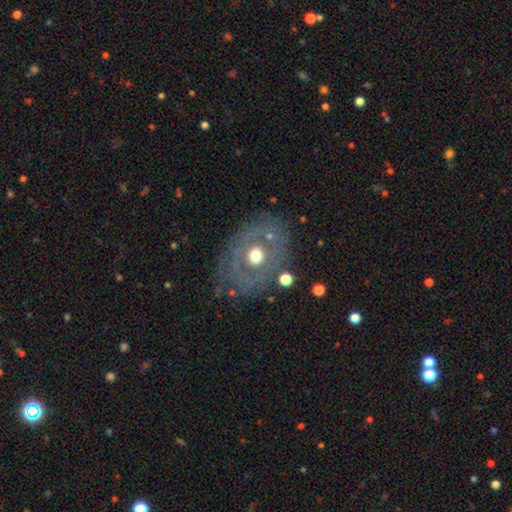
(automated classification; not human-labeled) Smooth or featured? featured or disk (56%)
Edge-on disk? no (94%)
Bar? no (87%)
Spiral arms? no (83%)
Bulge size? moderate (72%)
Merging? none (72%)